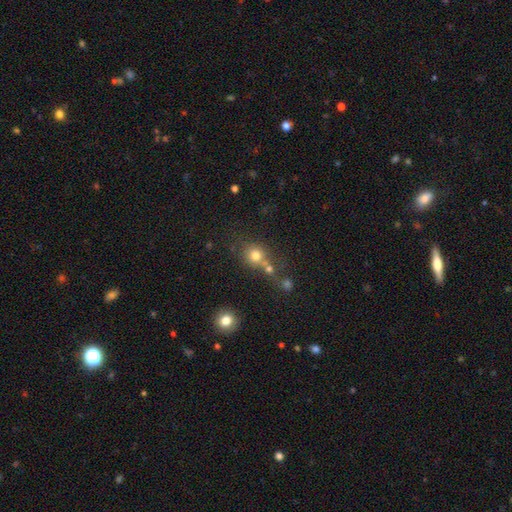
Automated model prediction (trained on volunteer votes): The model was most divided on "merging": none: 52%, merger: 32%, minor disturbance: 10%, major disturbance: 6%. More confident: how rounded — round (85%); smooth or featured — smooth (74%).